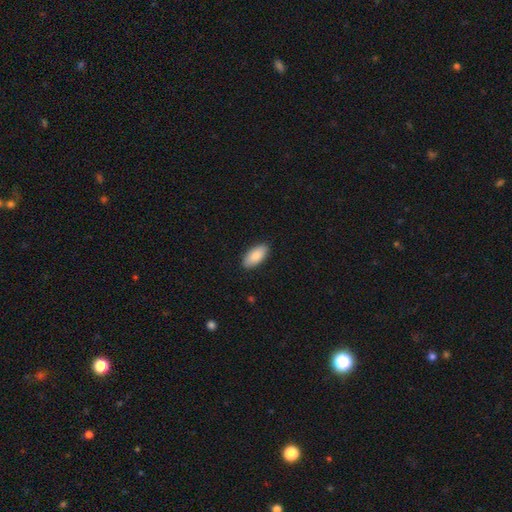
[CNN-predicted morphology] The model was most divided on "merging": none: 89%, minor disturbance: 8%, major disturbance: 2%, merger: 1%. More confident: how rounded — in between (92%); smooth or featured — smooth (88%).